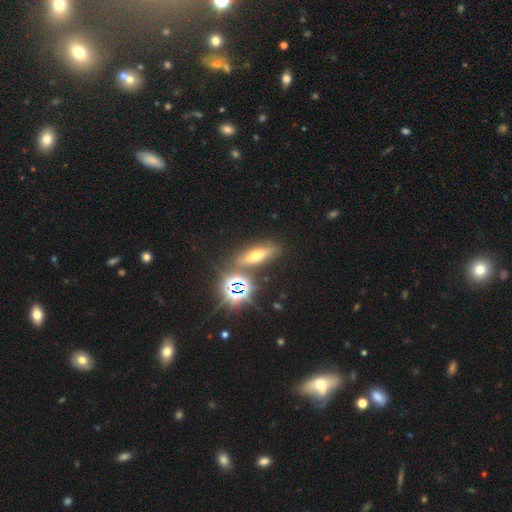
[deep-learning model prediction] This is marginally a smooth galaxy (40%). Merging: likely none (79%).